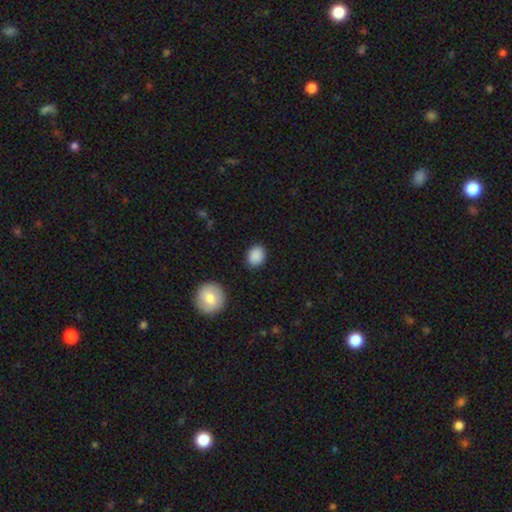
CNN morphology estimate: A smooth galaxy with no disk features (88%) that is in between round and cigar-shaped (53%). Merging: none (86%).